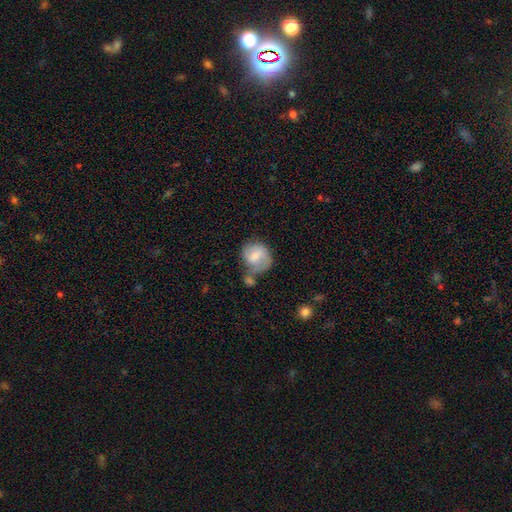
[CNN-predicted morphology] Smooth or featured?
  - smooth: 56% *
  - featured or disk: 37%
  - star or artifact: 7%
How rounded?
  - round: 73% *
  - in between: 25%
  - cigar-shaped: 1%
Merging?
  - none: 39% *
  - merger: 26%
  - minor disturbance: 23%
  - major disturbance: 12%